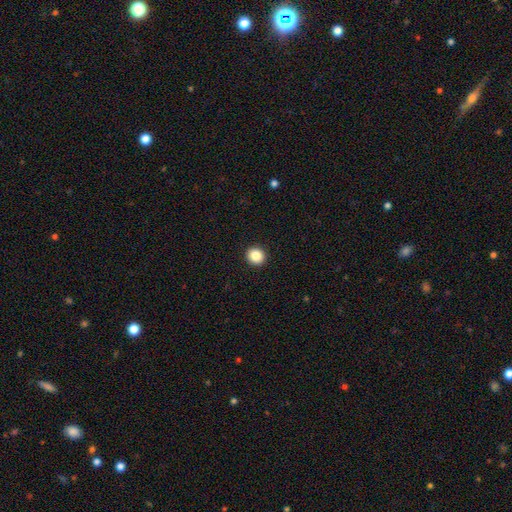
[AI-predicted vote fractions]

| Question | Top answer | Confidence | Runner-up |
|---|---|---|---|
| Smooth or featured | smooth | 86% | star or artifact (10%) |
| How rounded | round | 89% | in between (10%) |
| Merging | none | 93% | minor disturbance (4%) |